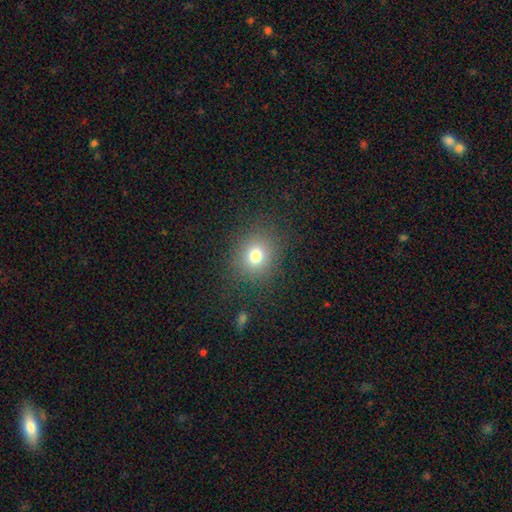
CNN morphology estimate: Q: Smooth or featured?
A: smooth (75%); runner-up: star or artifact (16%)
Q: How rounded?
A: round (71%); runner-up: in between (28%)
Q: Merging?
A: none (84%); runner-up: minor disturbance (9%)